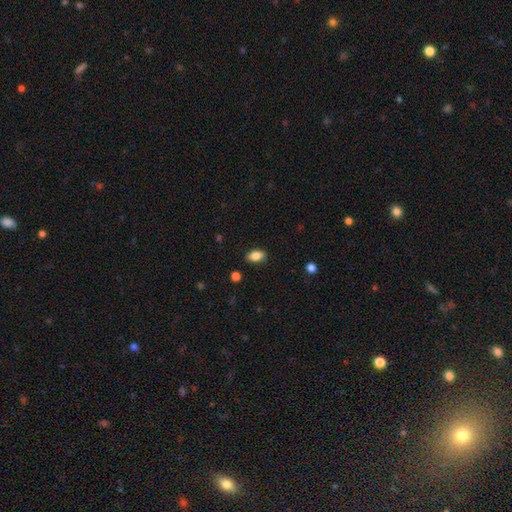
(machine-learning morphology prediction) Smooth or featured? Predicted: smooth (p=0.85). How rounded? Predicted: in between (p=0.88). Merging? Predicted: none (p=0.85).